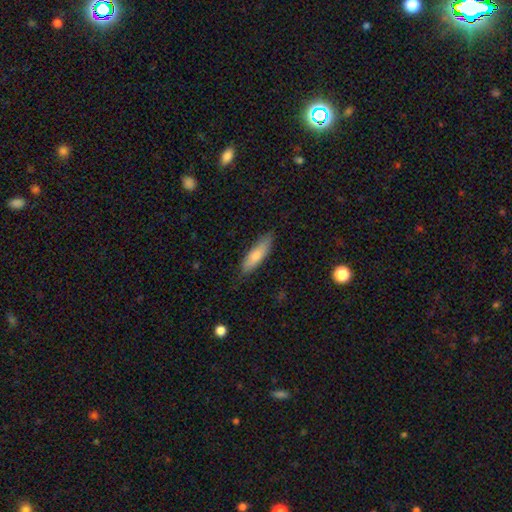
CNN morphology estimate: smooth 73%, featured or disk 21%, star or artifact 6%. Down the decision tree: how rounded — cigar-shaped (63%); merging — none (82%).